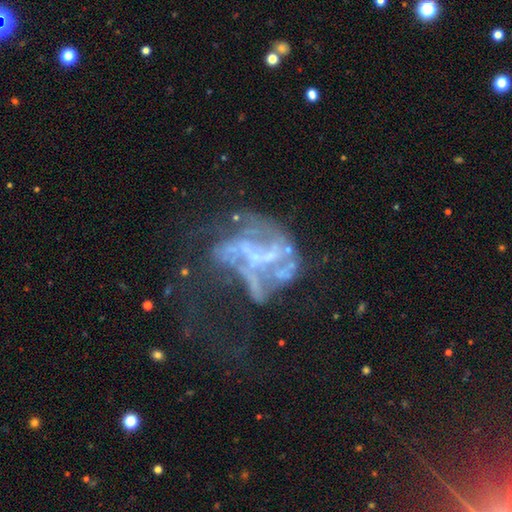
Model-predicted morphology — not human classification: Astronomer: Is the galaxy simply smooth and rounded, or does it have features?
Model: featured or disk — 72%.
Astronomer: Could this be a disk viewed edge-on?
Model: no — 97%.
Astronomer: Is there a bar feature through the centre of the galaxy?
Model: no — 67%.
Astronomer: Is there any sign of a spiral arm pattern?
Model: no — 62% (runner-up: yes, 38%).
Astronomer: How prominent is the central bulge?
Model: none — 54% (runner-up: small, 30%).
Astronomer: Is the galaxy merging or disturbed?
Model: major disturbance — 48% (runner-up: none, 25%).